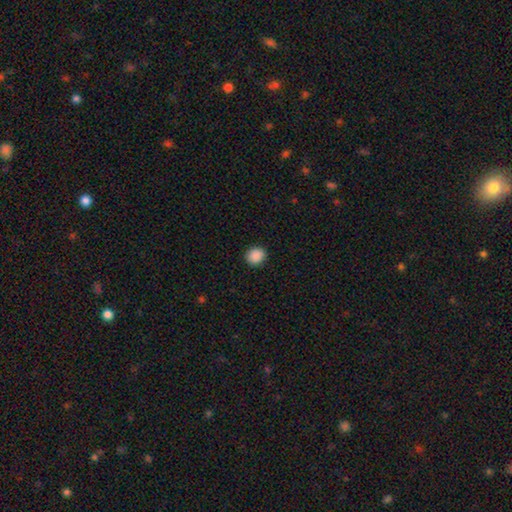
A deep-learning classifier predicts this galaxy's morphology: The model was most divided on "how rounded": round: 73%, in between: 26%, cigar-shaped: 1%. More confident: merging — none (91%); smooth or featured — smooth (89%).